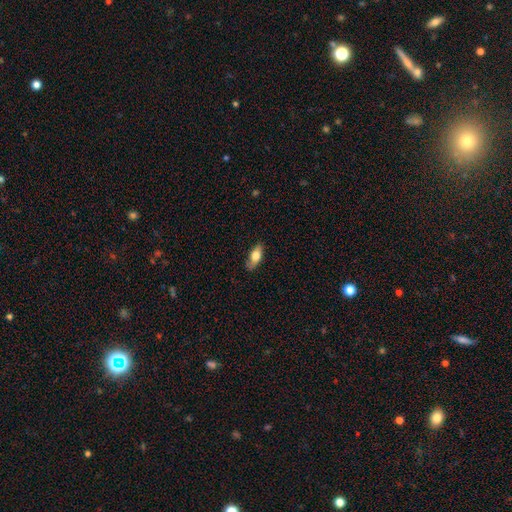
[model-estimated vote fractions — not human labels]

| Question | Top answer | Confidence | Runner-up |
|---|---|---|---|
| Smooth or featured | smooth | 71% | featured or disk (23%) |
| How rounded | in between | 80% | cigar-shaped (16%) |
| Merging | none | 79% | minor disturbance (16%) |